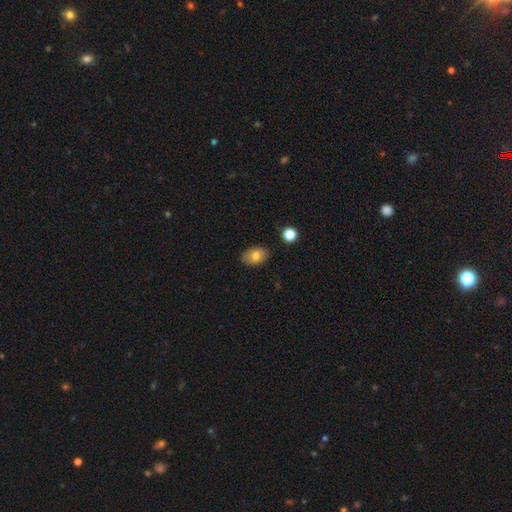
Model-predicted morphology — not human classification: The model was most divided on "smooth or featured": smooth: 77%, featured or disk: 14%, star or artifact: 8%. More confident: how rounded — in between (86%); merging — none (84%).